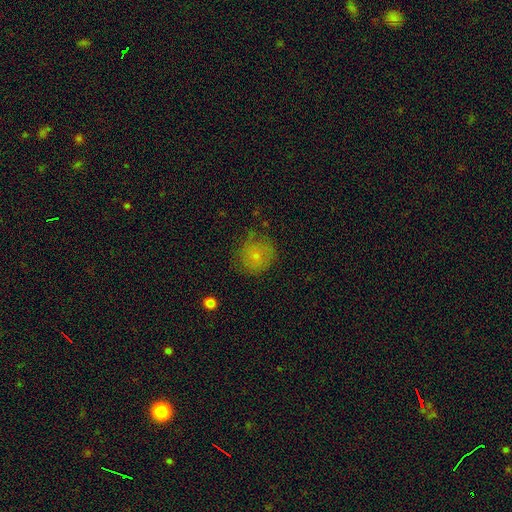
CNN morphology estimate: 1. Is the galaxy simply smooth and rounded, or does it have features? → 68% smooth, 22% featured or disk, 10% star or artifact.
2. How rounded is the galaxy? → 86% round, 13% in between, 1% cigar-shaped.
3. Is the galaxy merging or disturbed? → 66% none, 23% minor disturbance, 9% major disturbance, 2% merger.